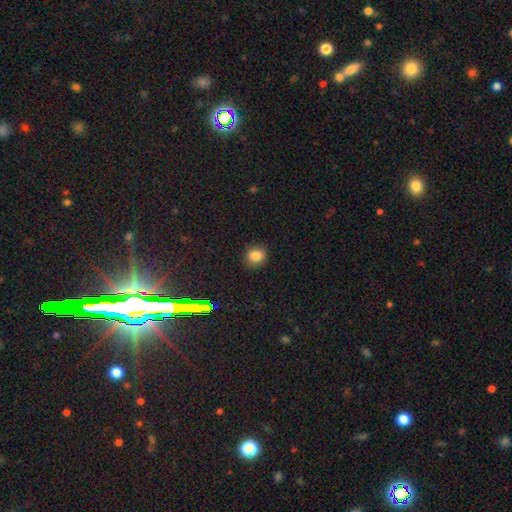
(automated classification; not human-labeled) Smooth or featured? smooth (82%)
How rounded? round (70%)
Merging? none (87%)